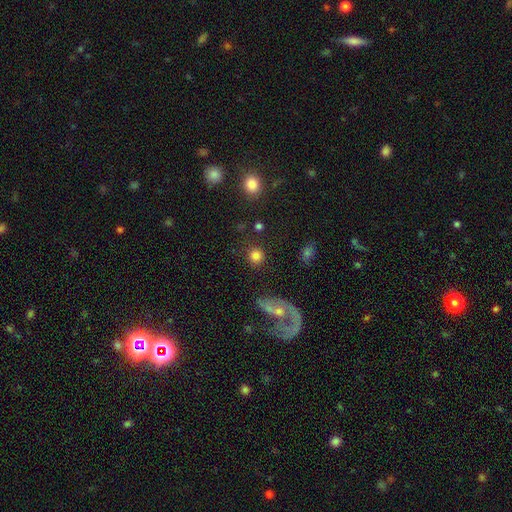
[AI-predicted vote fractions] smooth-or-featured: smooth: 80% | star or artifact: 11% | featured or disk: 9%
  how-rounded: round: 92% | in between: 7% | cigar-shaped: 1%
  merging: none: 83% | minor disturbance: 8% | merger: 5% | major disturbance: 4%